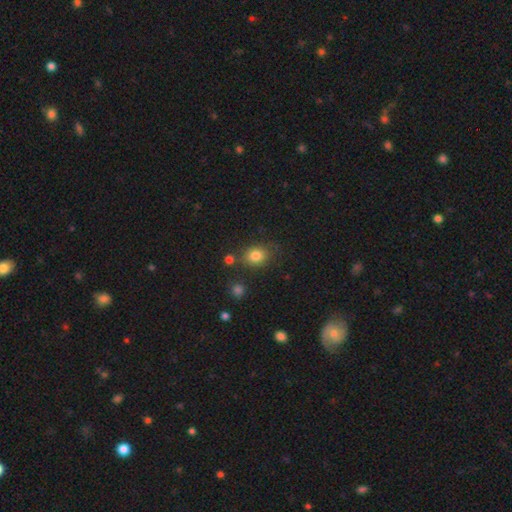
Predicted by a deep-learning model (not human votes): smooth 82%, star or artifact 11%, featured or disk 7%. Down the decision tree: how rounded — round (55%); merging — none (74%).